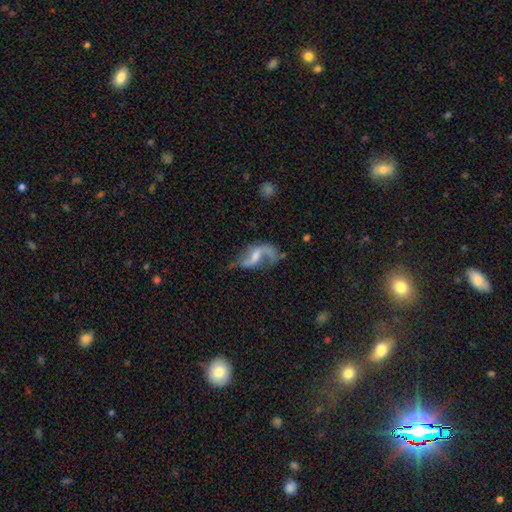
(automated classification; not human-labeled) This appears to be a featured or disk galaxy (82%) with a weak bar (48%), 2 (83%) loose (78%) spiral arms (92%) and a small central bulge (43%). Merging: none (49%).